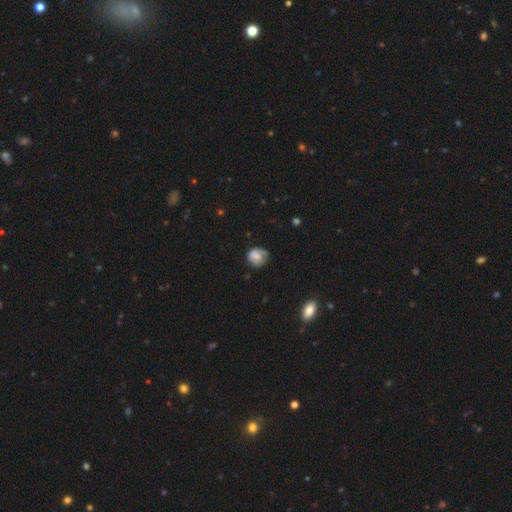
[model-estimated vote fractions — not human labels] A smooth galaxy with no disk features (66%) that is round (74%). Merging: none (55%).